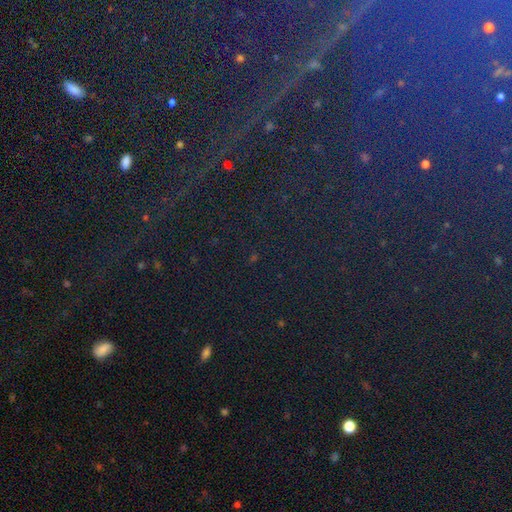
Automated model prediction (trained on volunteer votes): star or artifact 85%, smooth 8%, featured or disk 7%.